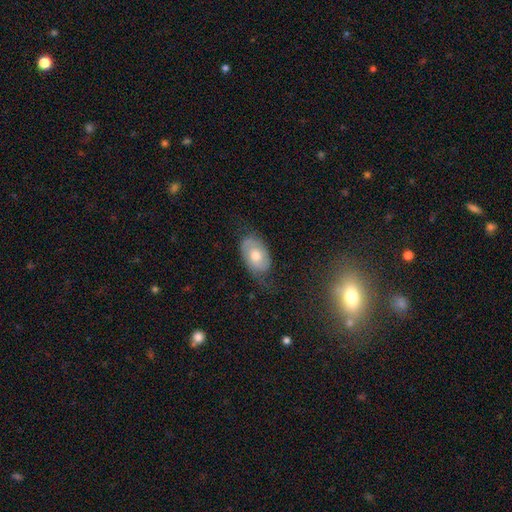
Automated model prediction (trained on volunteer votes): Smooth or featured?
  - smooth: 47% *
  - featured or disk: 45%
  - star or artifact: 8%
Merging?
  - none: 57% *
  - minor disturbance: 27%
  - major disturbance: 15%
  - merger: 2%